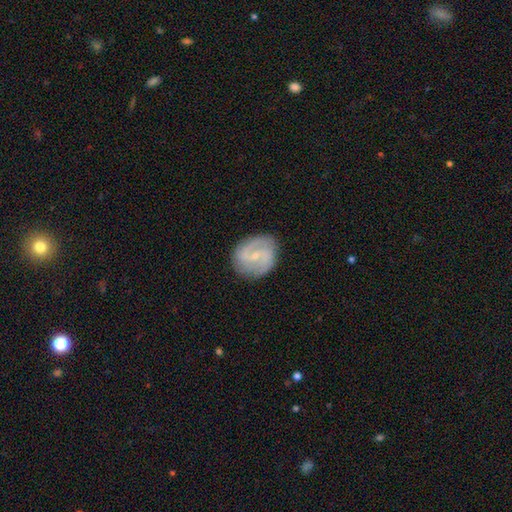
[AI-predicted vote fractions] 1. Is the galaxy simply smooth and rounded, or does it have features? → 82% featured or disk, 13% smooth, 5% star or artifact.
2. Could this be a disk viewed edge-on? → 98% no, 2% yes.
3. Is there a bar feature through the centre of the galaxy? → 53% weak, 30% no, 17% strong.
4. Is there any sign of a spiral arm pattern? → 95% yes, 5% no.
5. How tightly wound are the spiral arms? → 51% medium, 31% tight, 18% loose.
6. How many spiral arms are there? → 85% 2, 6% can't tell, 4% 3, 2% 1, 1% 4, 1% more than 4.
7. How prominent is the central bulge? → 73% small, 20% moderate, 5% none, 1% large, 1% dominant.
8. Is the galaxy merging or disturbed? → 83% none, 12% minor disturbance, 3% major disturbance, 1% merger.